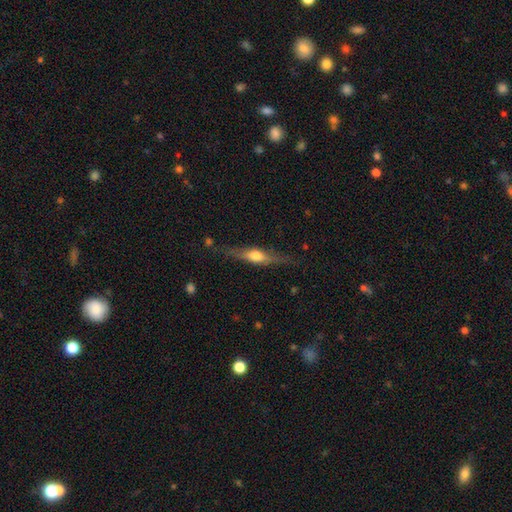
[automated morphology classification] Smooth or featured? Predicted: featured or disk (p=0.63). Edge-on disk? Predicted: yes (p=0.95). Edge-on bulge? Predicted: rounded (p=0.90). Merging? Predicted: none (p=0.80).